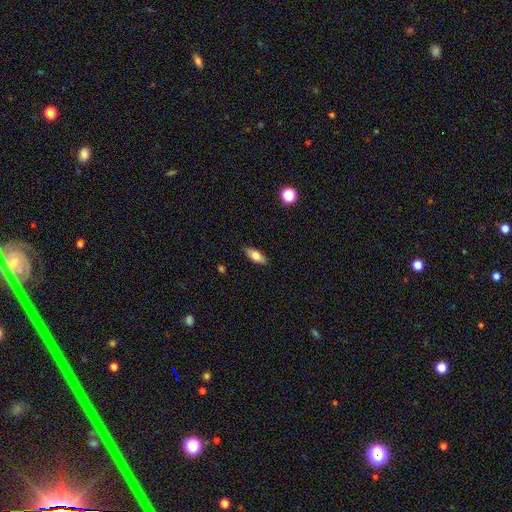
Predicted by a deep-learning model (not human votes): This appears to be a smooth galaxy with no disk features (74%) that is in between round and cigar-shaped (79%). Merging: none (87%).